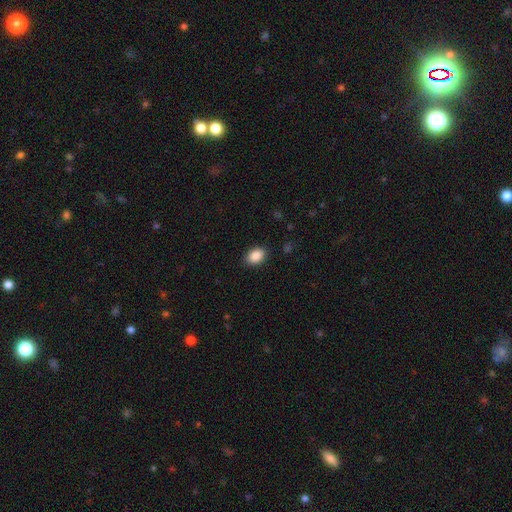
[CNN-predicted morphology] Q: Smooth or featured?
A: smooth (89%); runner-up: star or artifact (8%)
Q: How rounded?
A: in between (83%); runner-up: round (16%)
Q: Merging?
A: none (88%); runner-up: minor disturbance (9%)